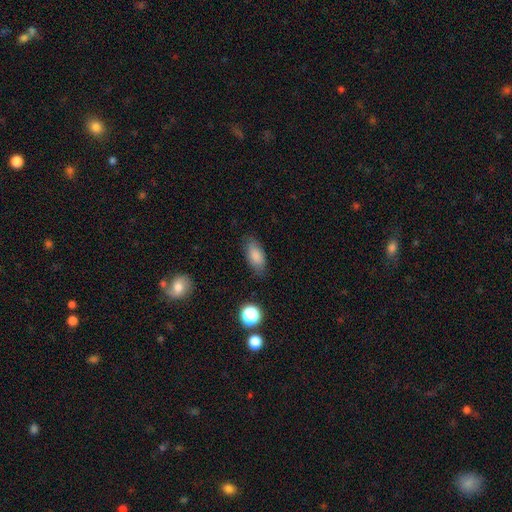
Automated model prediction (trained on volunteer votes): Morphology: type=smooth (85%); roundness=in between (88%); merging=none (80%).